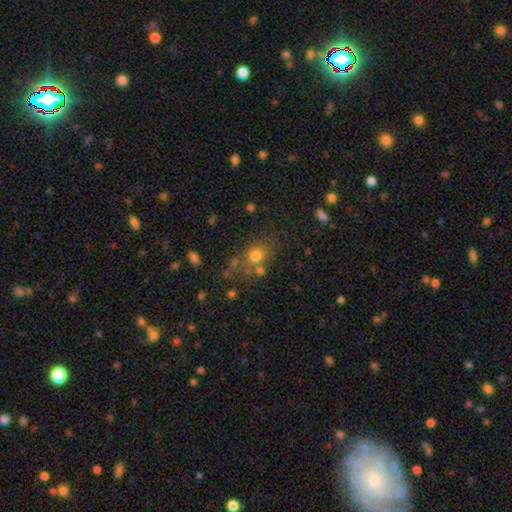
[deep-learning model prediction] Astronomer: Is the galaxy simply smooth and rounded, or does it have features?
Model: smooth — 69%.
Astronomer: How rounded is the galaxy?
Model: round — 52% (runner-up: in between, 46%).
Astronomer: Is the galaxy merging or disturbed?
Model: none — 55%.